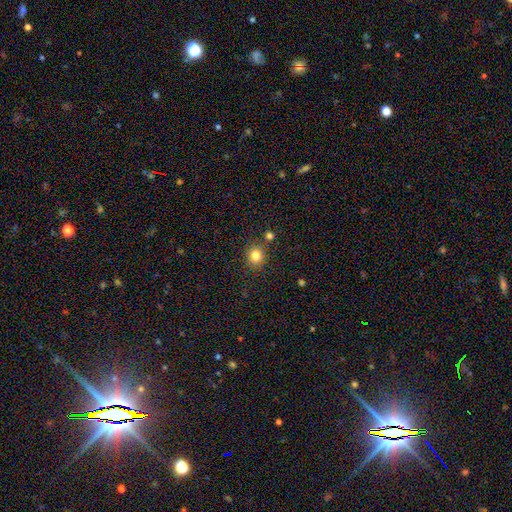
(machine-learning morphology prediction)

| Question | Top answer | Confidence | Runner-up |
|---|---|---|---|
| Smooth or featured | smooth | 82% | star or artifact (12%) |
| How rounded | round | 80% | in between (19%) |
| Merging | none | 82% | minor disturbance (9%) |